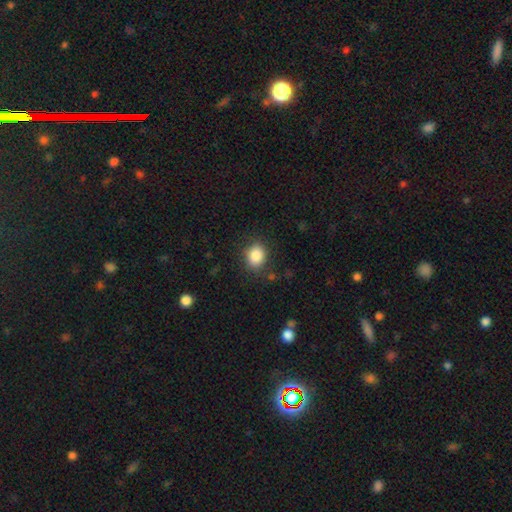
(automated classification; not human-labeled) This is clearly a smooth galaxy (86%). How rounded: possibly round (53%). Merging: clearly none (82%).